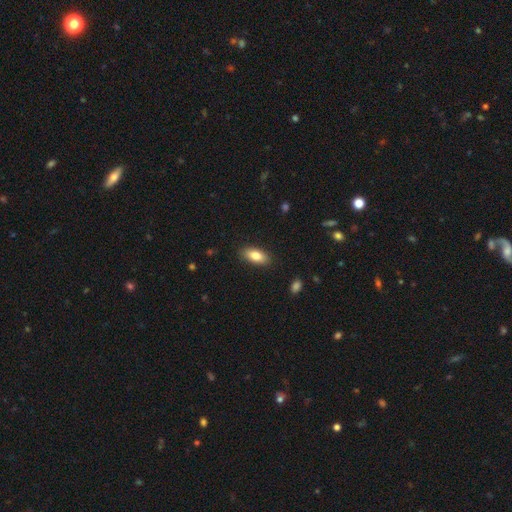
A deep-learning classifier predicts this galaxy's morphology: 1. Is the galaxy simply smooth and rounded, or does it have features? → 82% smooth, 11% featured or disk, 7% star or artifact.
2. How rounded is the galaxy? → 86% in between, 11% cigar-shaped, 3% round.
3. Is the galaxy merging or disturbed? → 88% none, 9% minor disturbance, 2% major disturbance, 1% merger.